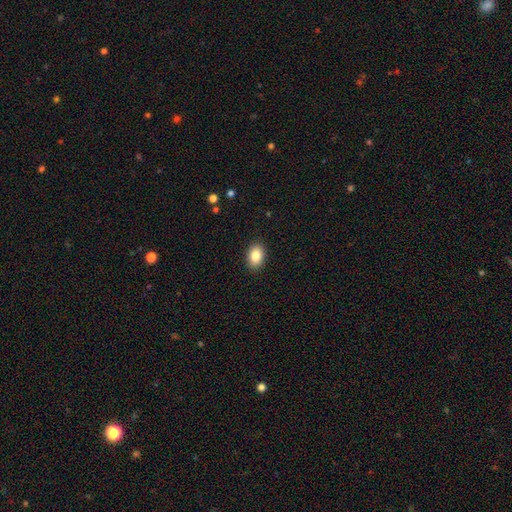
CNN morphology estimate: type=smooth (85%); roundness=in between (83%); merging=none (90%).